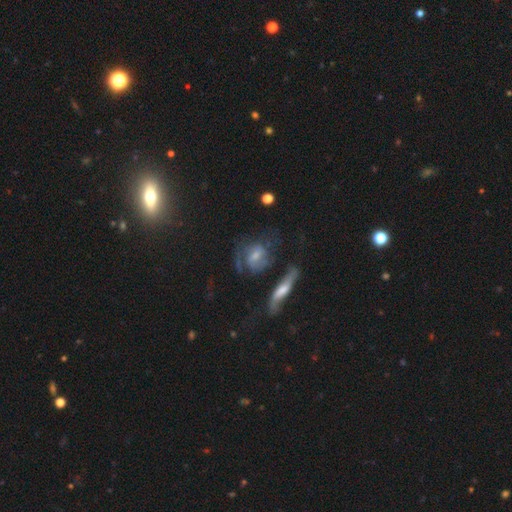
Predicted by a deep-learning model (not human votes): featured or disk 62%, smooth 27%, star or artifact 11%. Down the decision tree: edge-on disk — no (91%); bar — weak (43%, tied with no); spiral arms — yes (84%); bulge size — moderate (41%); merging — none (47%).